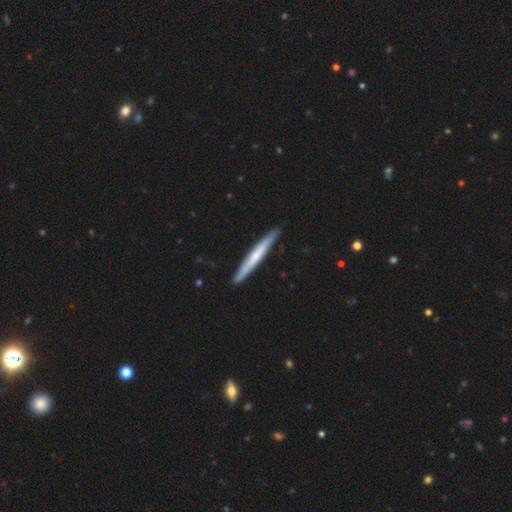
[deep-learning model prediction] This is possibly a featured or disk galaxy (50%). It is clearly viewed edge-on (93%). Merging: clearly none (90%).